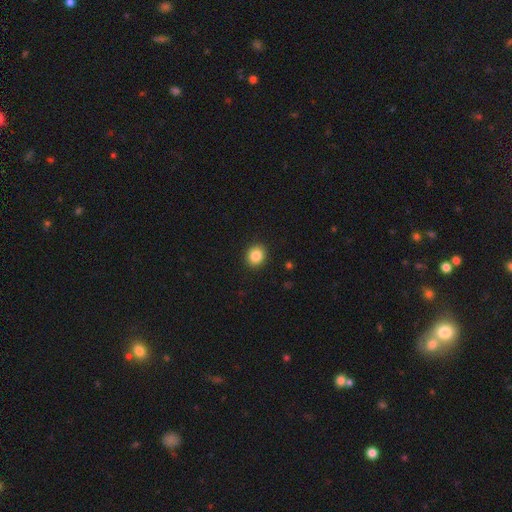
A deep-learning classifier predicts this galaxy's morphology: Smooth or featured: smooth — 86% (star or artifact — 9%)
How rounded: round — 73% (in between — 26%)
Merging: none — 92% (minor disturbance — 6%)